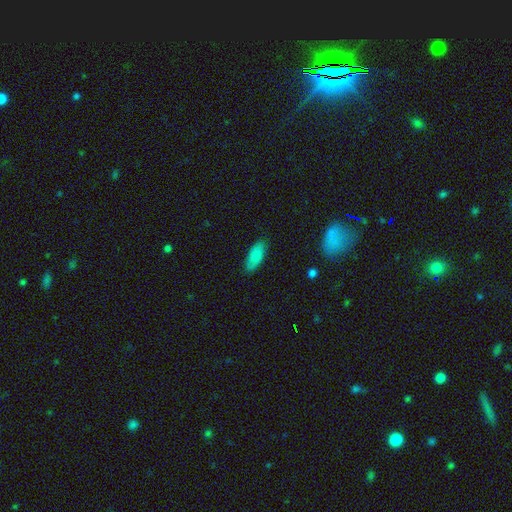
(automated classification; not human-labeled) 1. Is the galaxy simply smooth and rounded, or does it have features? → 87% smooth, 7% star or artifact, 6% featured or disk.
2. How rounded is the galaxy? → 79% in between, 20% cigar-shaped, 2% round.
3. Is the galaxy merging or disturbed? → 85% none, 11% minor disturbance, 2% major disturbance, 1% merger.